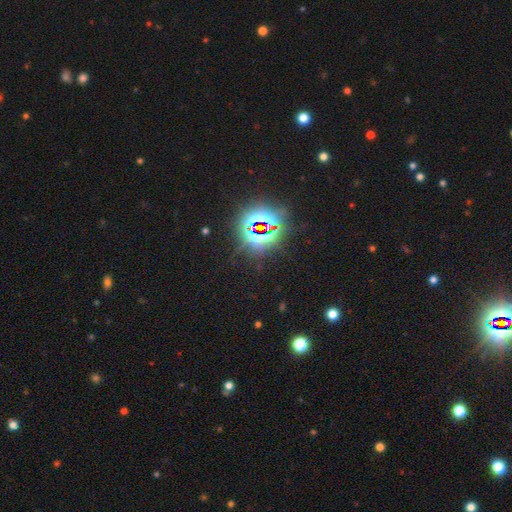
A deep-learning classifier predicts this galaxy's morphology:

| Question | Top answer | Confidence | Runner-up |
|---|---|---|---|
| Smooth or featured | star or artifact | 85% | smooth (9%) |